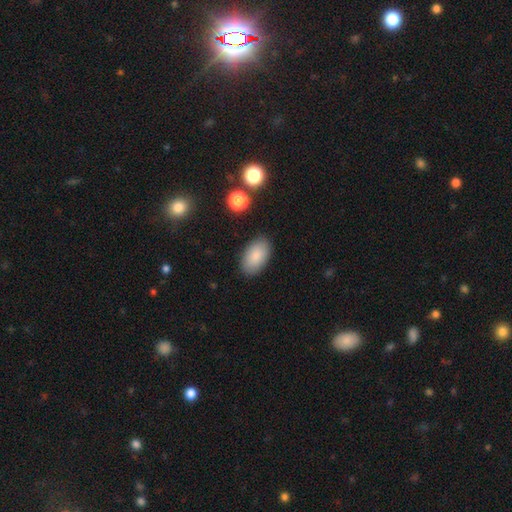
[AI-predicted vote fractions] Smooth or featured? Predicted: smooth (p=0.85). How rounded? Predicted: in between (p=0.93). Merging? Predicted: none (p=0.87).